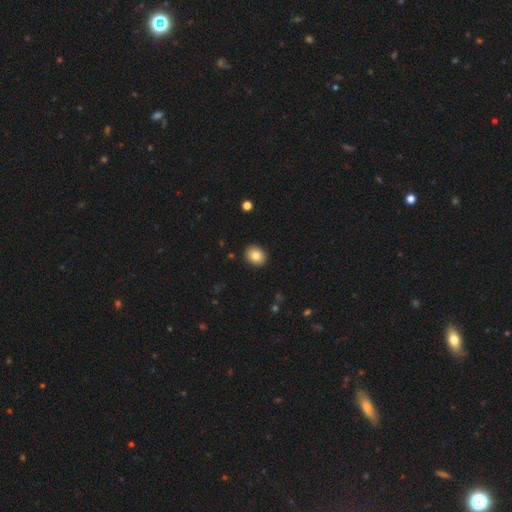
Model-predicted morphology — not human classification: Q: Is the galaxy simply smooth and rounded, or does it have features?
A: smooth — 82%.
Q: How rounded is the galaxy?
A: round — 62%.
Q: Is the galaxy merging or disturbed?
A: none — 91%.